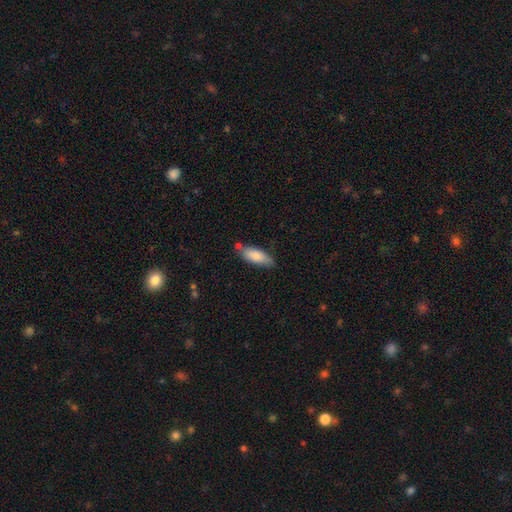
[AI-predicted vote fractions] Smooth or featured?
  - smooth: 81% *
  - featured or disk: 13%
  - star or artifact: 6%
How rounded?
  - in between: 69% *
  - cigar-shaped: 30%
  - round: 2%
Merging?
  - none: 66% *
  - minor disturbance: 21%
  - merger: 9%
  - major disturbance: 4%